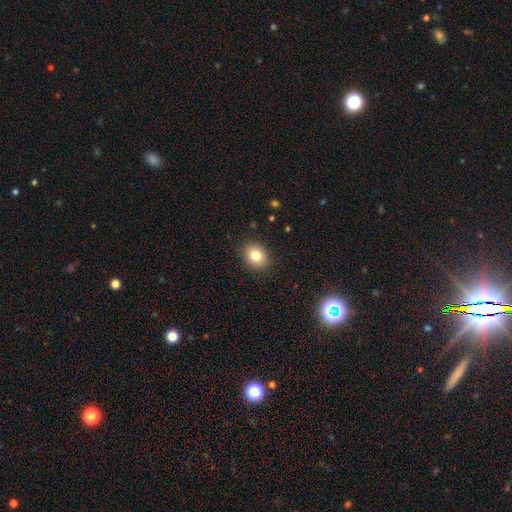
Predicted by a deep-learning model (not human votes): smooth 82%, star or artifact 10%, featured or disk 8%. Down the decision tree: how rounded — round (52%); merging — none (89%).